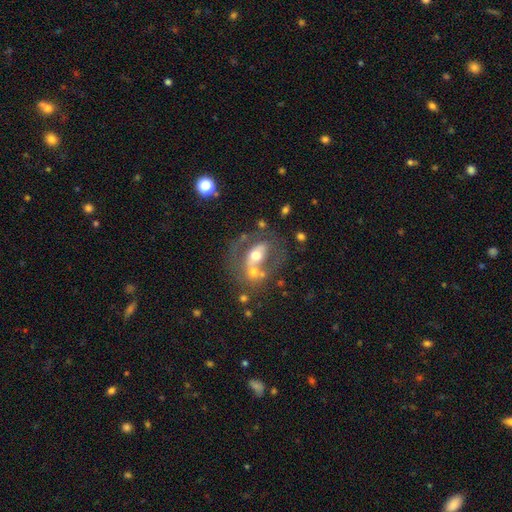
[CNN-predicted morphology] Smooth or featured?
  - featured or disk: 55% *
  - smooth: 35%
  - star or artifact: 10%
Edge-on disk?
  - no: 92% *
  - yes: 8%
Bar?
  - no: 62% *
  - weak: 21%
  - strong: 17%
Spiral arms?
  - no: 73% *
  - yes: 27%
Bulge size?
  - moderate: 68% *
  - large: 15%
  - small: 12%
  - none: 2%
  - dominant: 2%
Merging?
  - none: 39% *
  - merger: 32%
  - minor disturbance: 15%
  - major disturbance: 13%